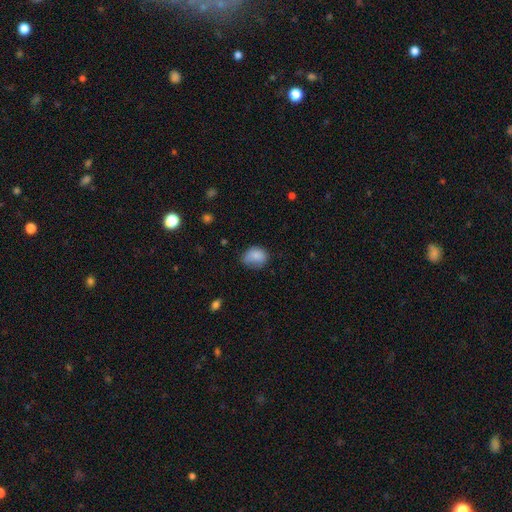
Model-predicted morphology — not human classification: smooth-or-featured: smooth: 83% | star or artifact: 9% | featured or disk: 8%
  how-rounded: in between: 57% | round: 42% | cigar-shaped: 1%
  merging: none: 52% | minor disturbance: 34% | major disturbance: 12% | merger: 2%